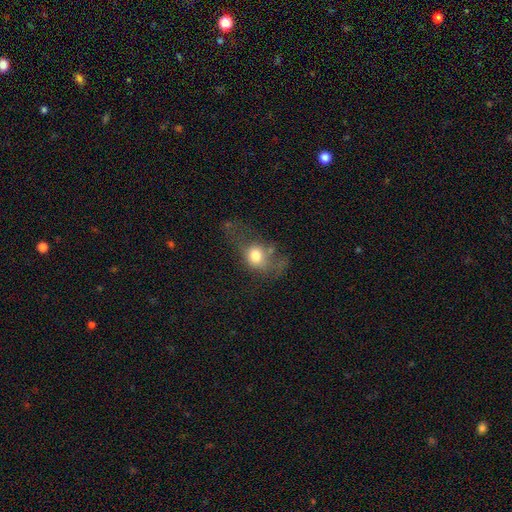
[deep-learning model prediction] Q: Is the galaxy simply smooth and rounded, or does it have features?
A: smooth — 66%.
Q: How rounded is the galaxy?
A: round — 53%.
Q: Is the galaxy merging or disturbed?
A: major disturbance — 44%.